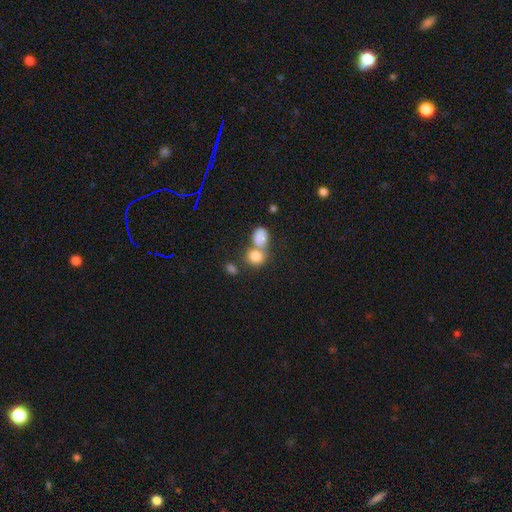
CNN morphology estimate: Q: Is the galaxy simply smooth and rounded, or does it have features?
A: smooth — 82%.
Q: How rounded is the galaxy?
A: round — 58%.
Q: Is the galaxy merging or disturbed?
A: merger — 50%.